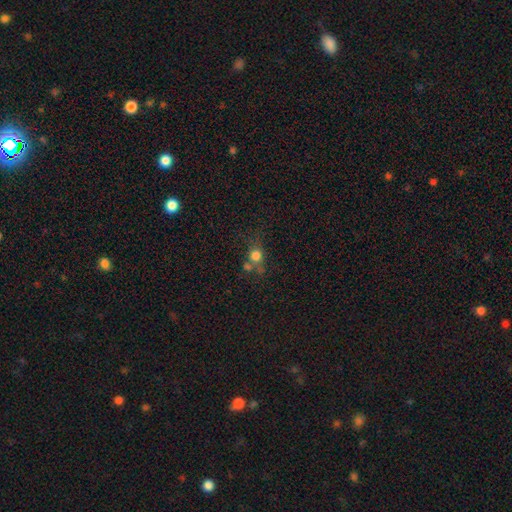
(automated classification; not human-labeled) The model was most divided on "merging": none: 48%, merger: 29%, minor disturbance: 14%, major disturbance: 9%. More confident: how rounded — round (80%); smooth or featured — smooth (73%).